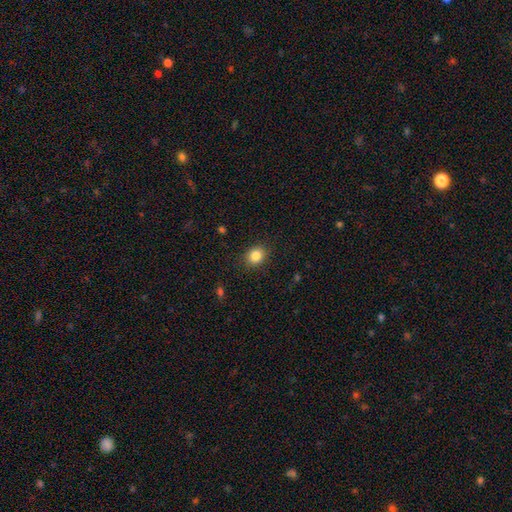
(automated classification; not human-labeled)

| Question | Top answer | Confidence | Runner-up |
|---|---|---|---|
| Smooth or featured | smooth | 85% | star or artifact (10%) |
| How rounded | round | 65% | in between (34%) |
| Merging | none | 87% | minor disturbance (9%) |